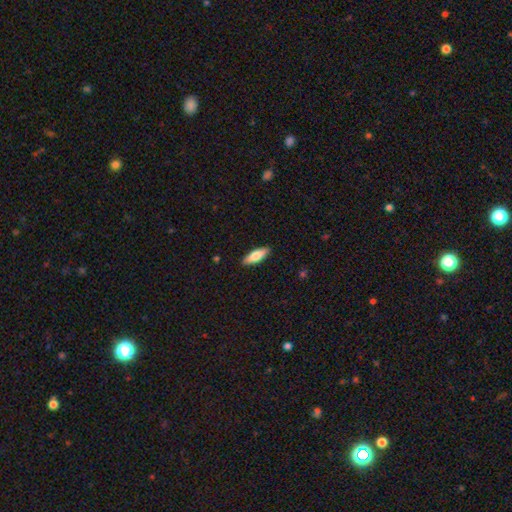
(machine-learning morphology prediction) Smooth or featured? Predicted: smooth (p=0.76). How rounded? Predicted: in between (p=0.58). Merging? Predicted: none (p=0.90).